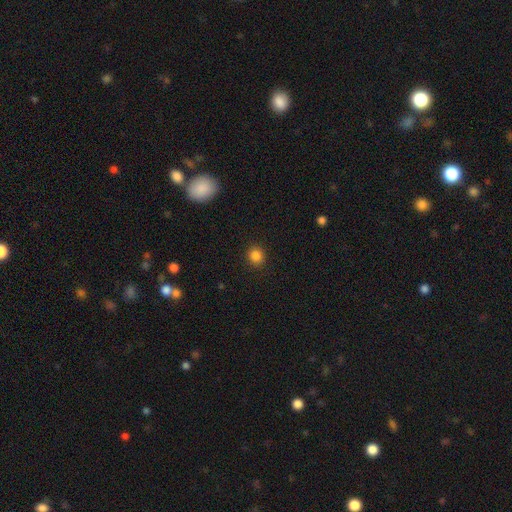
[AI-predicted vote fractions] A smooth galaxy with no disk features (85%) that is round (85%).

Vote fractions:
- Smooth or featured? smooth: 85% / star or artifact: 12% / featured or disk: 3%
- How rounded? round: 85% / in between: 14% / cigar-shaped: 1%
- Merging? none: 91% / minor disturbance: 6% / major disturbance: 2% / merger: 1%